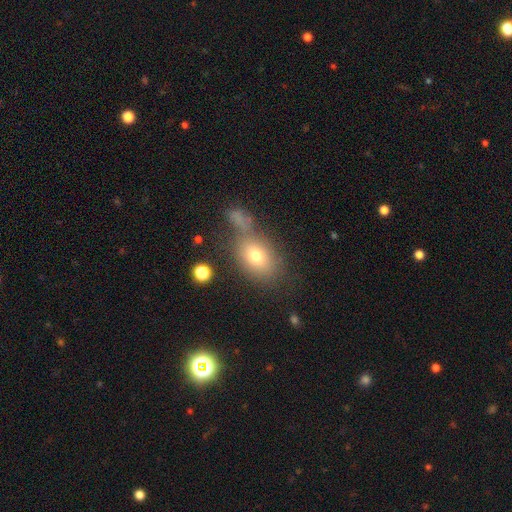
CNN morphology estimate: This is likely a smooth galaxy (72%). How rounded: likely in between (72%). Merging: possibly none (51%).